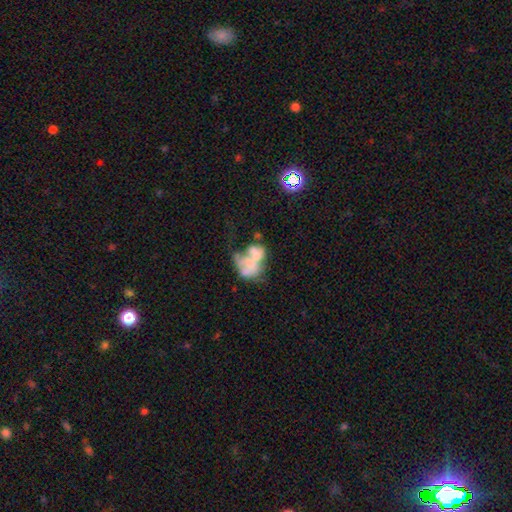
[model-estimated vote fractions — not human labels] Overall: featured or disk (44%; smooth 32%). Merging: merger (41%; none 25%).